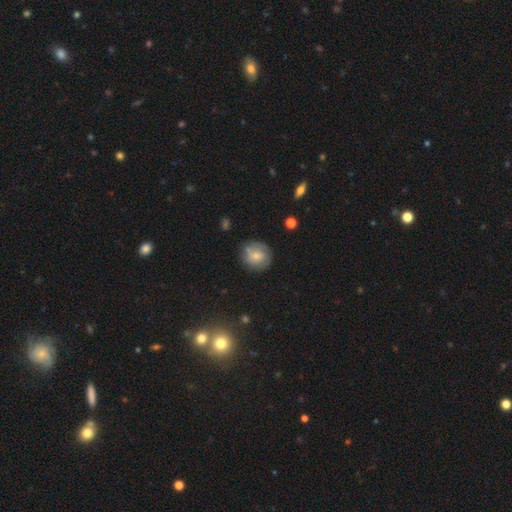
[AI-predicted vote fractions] This appears to be a smooth galaxy with no disk features (54%) that is round (82%). Merging: none (70%).